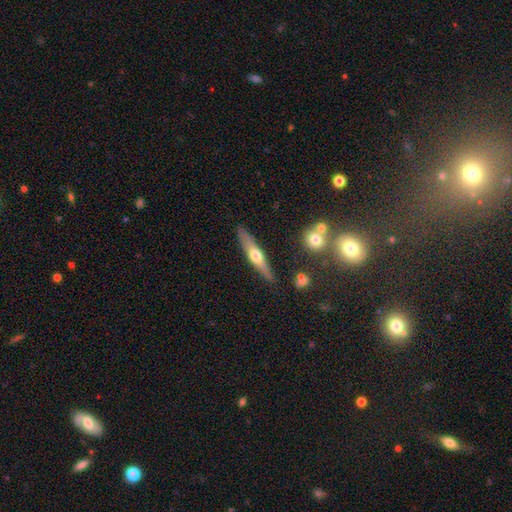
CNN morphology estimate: type=featured or disk (58%); edge-on=yes (94%); edge-on bulge=rounded (91%); merging=none (87%).